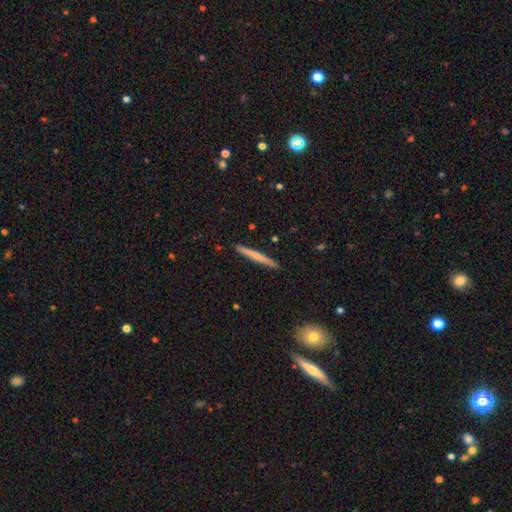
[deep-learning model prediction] Smooth or featured?
  - smooth: 58% *
  - featured or disk: 37%
  - star or artifact: 6%
How rounded?
  - cigar-shaped: 97% *
  - in between: 2%
  - round: 1%
Merging?
  - none: 92% *
  - minor disturbance: 6%
  - major disturbance: 1%
  - merger: 1%